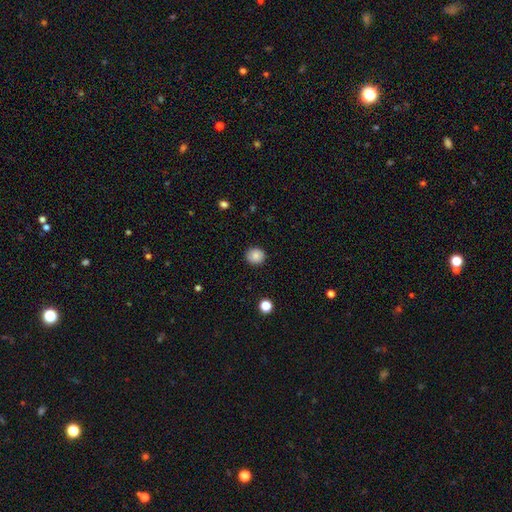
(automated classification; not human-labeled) smooth_or_featured: smooth (p=0.85) [alt: star or artifact p=0.09]
how_rounded: round (p=0.87) [alt: in between p=0.12]
merging: none (p=0.90) [alt: minor disturbance p=0.07]